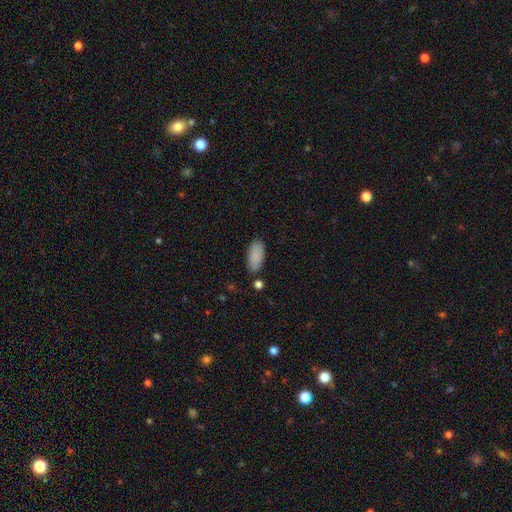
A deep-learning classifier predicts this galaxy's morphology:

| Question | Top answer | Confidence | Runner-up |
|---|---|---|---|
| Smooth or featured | smooth | 89% | star or artifact (6%) |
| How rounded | in between | 89% | cigar-shaped (9%) |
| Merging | none | 83% | minor disturbance (11%) |